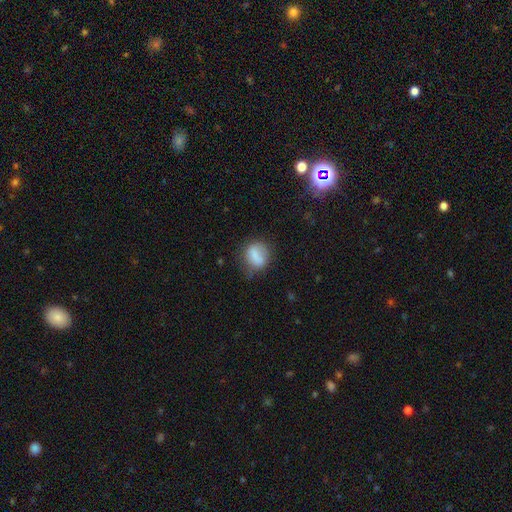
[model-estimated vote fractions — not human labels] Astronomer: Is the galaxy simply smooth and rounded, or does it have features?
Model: smooth — 77%.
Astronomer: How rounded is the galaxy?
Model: round — 57% (runner-up: in between, 41%).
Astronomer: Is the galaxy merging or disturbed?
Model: none — 57%.